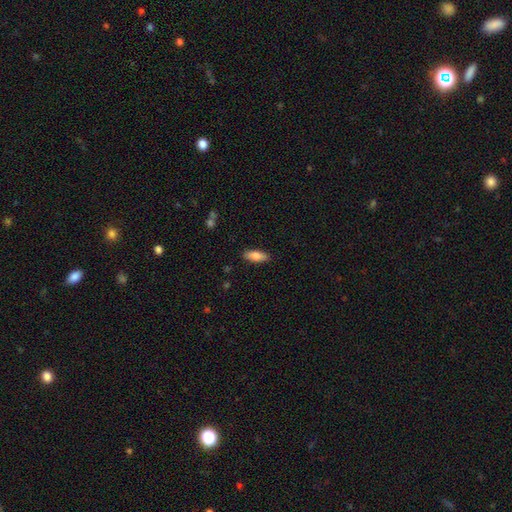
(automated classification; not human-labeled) smooth_or_featured: smooth (p=0.81) [alt: featured or disk p=0.13]
how_rounded: in between (p=0.68) [alt: cigar-shaped p=0.30]
merging: none (p=0.88) [alt: minor disturbance p=0.09]